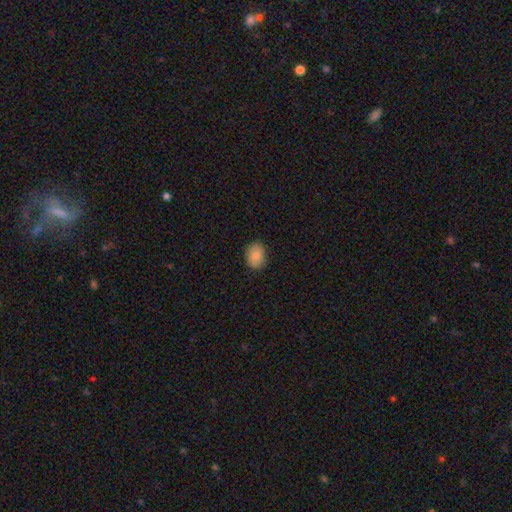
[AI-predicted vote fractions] Overall: smooth (87%). How rounded: in between (64%; round 35%). Merging: none (86%).